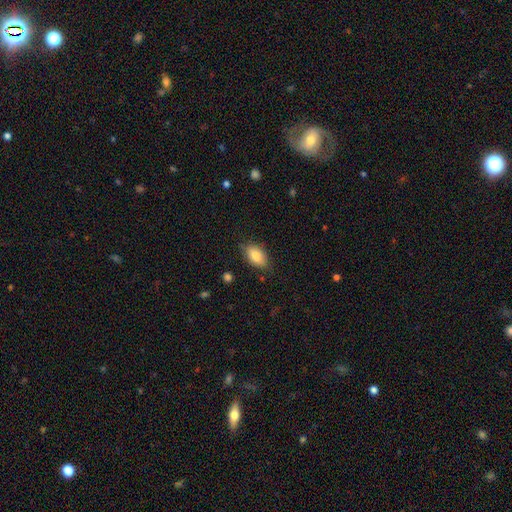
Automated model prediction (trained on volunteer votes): smooth_or_featured: smooth (p=0.81) [alt: featured or disk p=0.12]
how_rounded: in between (p=0.89) [alt: round p=0.06]
merging: none (p=0.80) [alt: minor disturbance p=0.15]